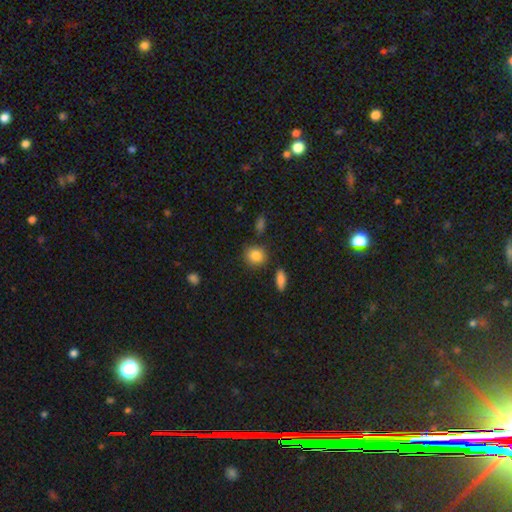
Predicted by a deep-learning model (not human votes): Morphology: type=smooth (86%); roundness=round (81%); merging=none (82%).